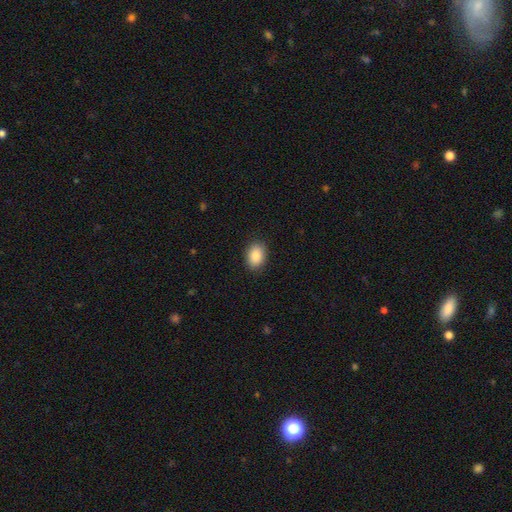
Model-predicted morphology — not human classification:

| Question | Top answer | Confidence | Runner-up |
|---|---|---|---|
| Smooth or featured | smooth | 88% | star or artifact (7%) |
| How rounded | in between | 81% | round (17%) |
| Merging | none | 88% | minor disturbance (9%) |